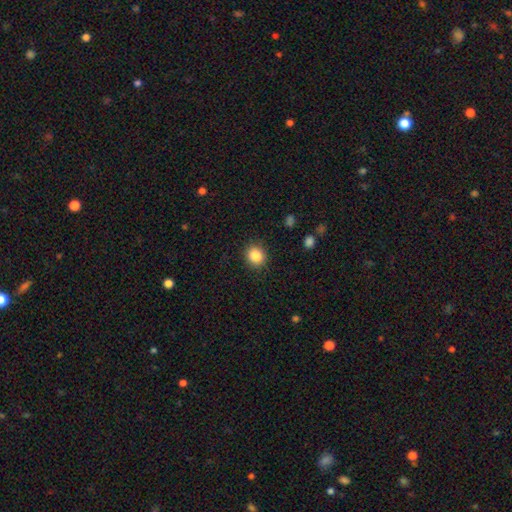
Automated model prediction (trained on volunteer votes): Smooth or featured? smooth (85%)
How rounded? round (79%)
Merging? none (90%)